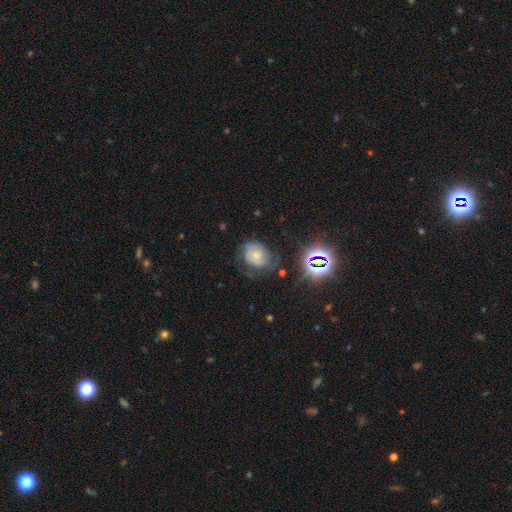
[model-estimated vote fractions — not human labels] Q: Smooth or featured?
A: featured or disk (44%); runner-up: smooth (39%)
Q: Merging?
A: none (48%); runner-up: minor disturbance (29%)